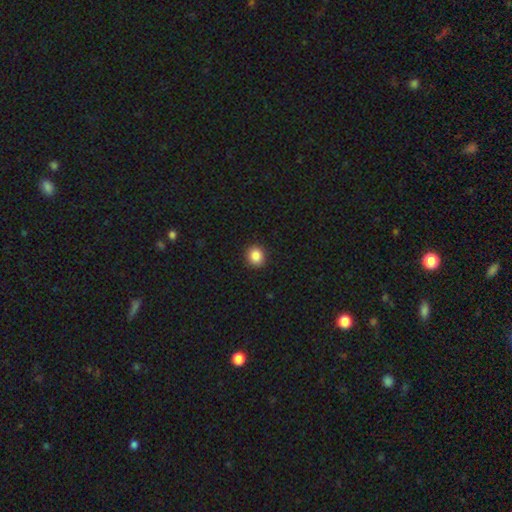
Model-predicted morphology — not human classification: Overall: smooth (87%). How rounded: round (81%). Merging: none (91%).